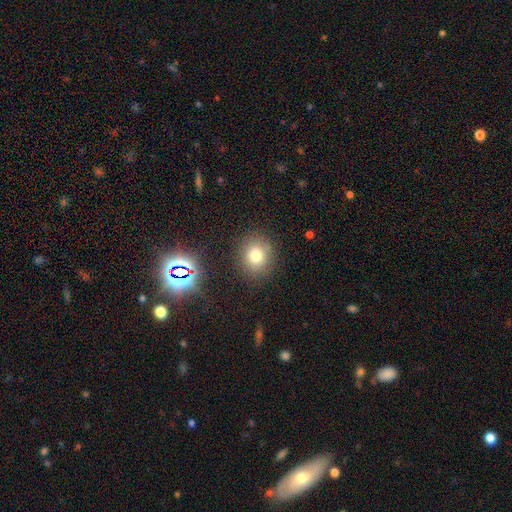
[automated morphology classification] This appears to be a smooth galaxy with no disk features (75%) that is round (75%). Merging: none (85%).